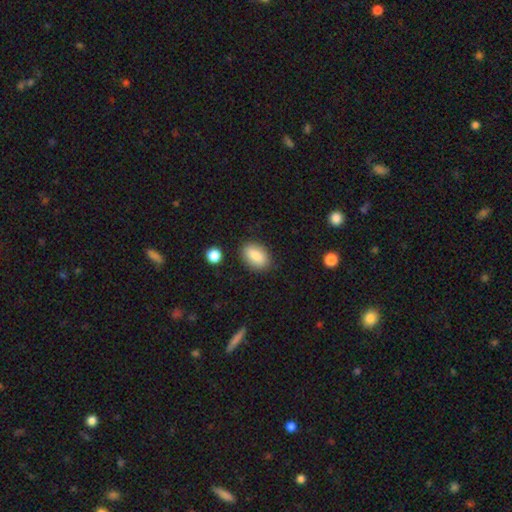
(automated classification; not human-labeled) A smooth galaxy with no disk features (85%) that is in between round and cigar-shaped (87%).

Vote fractions:
- Smooth or featured? smooth: 85% / featured or disk: 8% / star or artifact: 7%
- How rounded? in between: 87% / round: 10% / cigar-shaped: 3%
- Merging? none: 83% / minor disturbance: 12% / major disturbance: 3% / merger: 2%